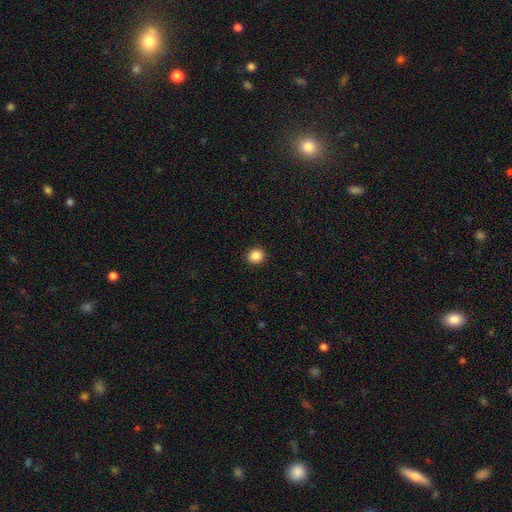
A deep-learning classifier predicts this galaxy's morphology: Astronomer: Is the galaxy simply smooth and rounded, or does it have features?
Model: smooth — 88%.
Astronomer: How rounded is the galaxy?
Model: round — 85%.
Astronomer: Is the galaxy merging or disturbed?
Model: none — 92%.